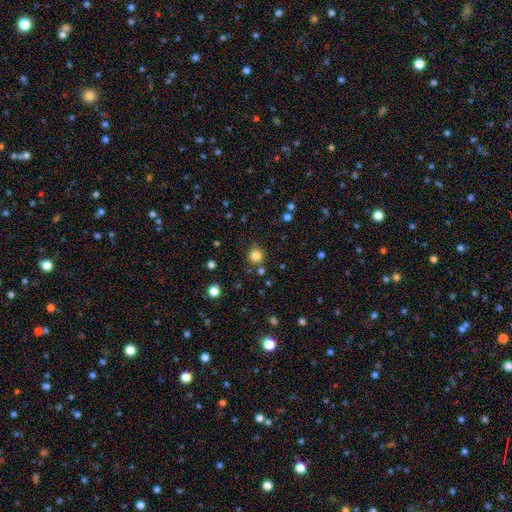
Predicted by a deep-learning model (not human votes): This appears to be a smooth galaxy with no disk features (82%) that is round (94%). Merging: none (85%).